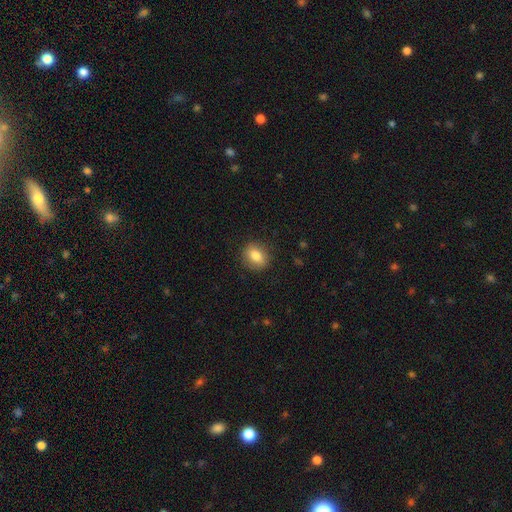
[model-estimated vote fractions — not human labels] This appears to be a smooth galaxy with no disk features (82%) that is in between round and cigar-shaped (53%). Merging: none (86%).